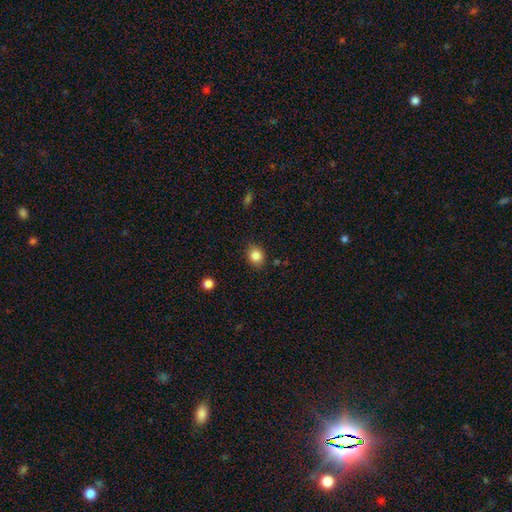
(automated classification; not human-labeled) Smooth or featured? Predicted: smooth (p=0.86). How rounded? Predicted: round (p=0.65). Merging? Predicted: none (p=0.85).